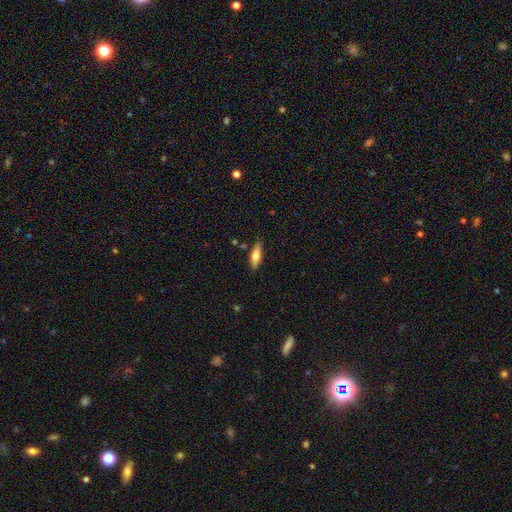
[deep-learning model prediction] Q: Smooth or featured?
A: smooth (64%); runner-up: featured or disk (30%)
Q: How rounded?
A: in between (52%); runner-up: cigar-shaped (46%)
Q: Merging?
A: none (82%); runner-up: minor disturbance (13%)